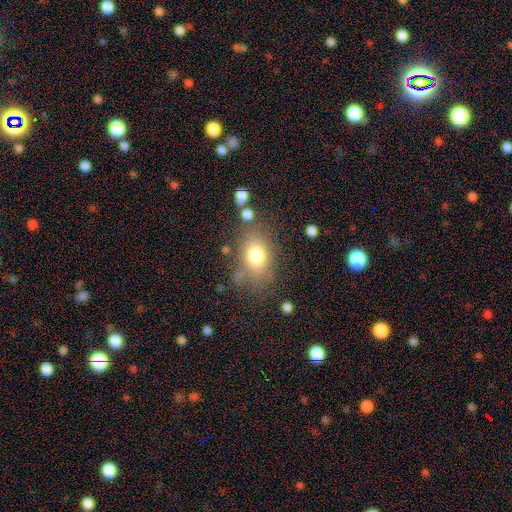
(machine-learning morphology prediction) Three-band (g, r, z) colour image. It shows a smooth galaxy with no disk features (74%) that is in between round and cigar-shaped (73%). Merging: none (64%).